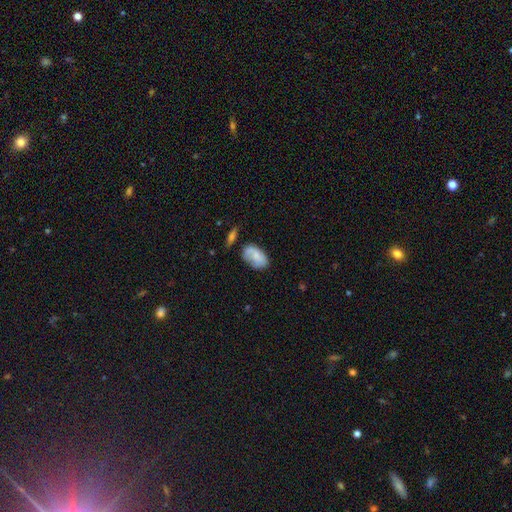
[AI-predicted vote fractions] smooth 70%, featured or disk 22%, star or artifact 8%. Down the decision tree: how rounded — in between (91%); merging — none (47%).